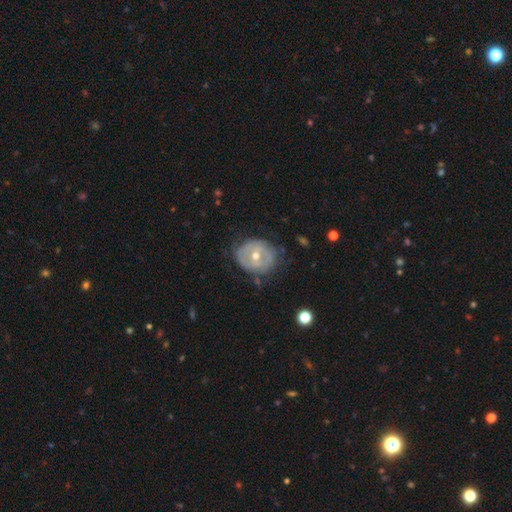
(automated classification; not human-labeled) Overall: featured or disk (70%). Edge-on disk: no (96%). Bar: no (47%; weak 37%). Spiral arms: yes (56%; no 44%). Bulge size: moderate (64%; small 33%). Merging: none (68%).